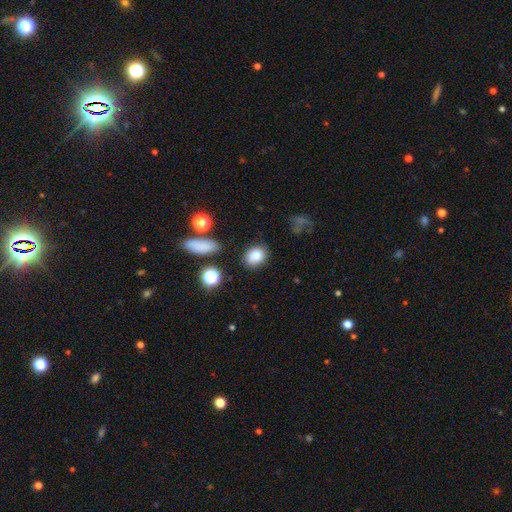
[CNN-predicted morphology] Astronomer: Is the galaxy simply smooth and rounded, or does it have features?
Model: smooth — 83%.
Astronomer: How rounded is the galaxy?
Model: in between — 58% (runner-up: round, 40%).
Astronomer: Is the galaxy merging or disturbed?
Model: none — 80%.